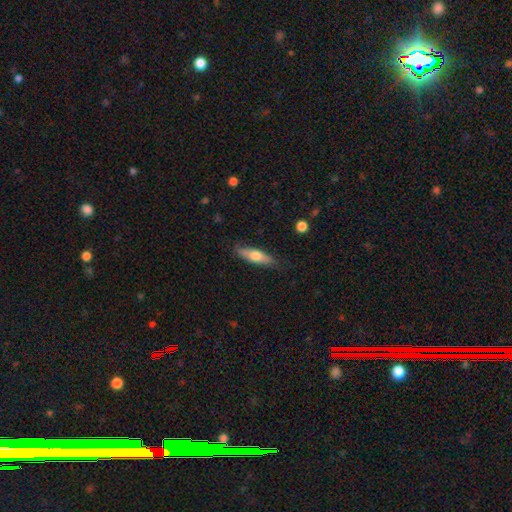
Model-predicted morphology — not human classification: smooth 61%, featured or disk 33%, star or artifact 6%. Down the decision tree: how rounded — cigar-shaped (56%); merging — none (79%).